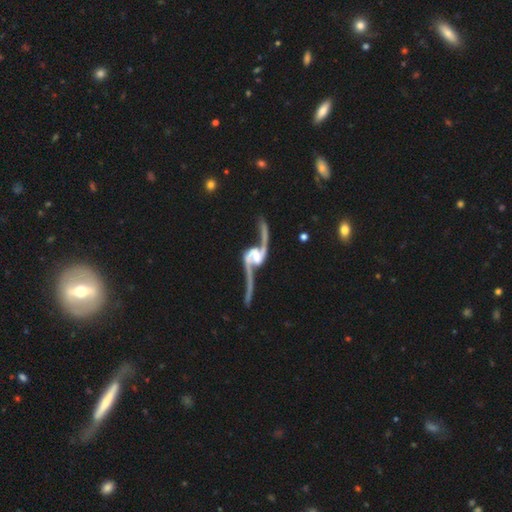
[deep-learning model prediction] Smooth or featured? featured or disk (94%)
Edge-on disk? no (95%)
Bar? weak (43%)
Spiral arms? yes (98%)
Spiral winding? loose (82%)
Spiral arm count? 2 (94%)
Bulge size? small (35%)
Merging? none (62%)